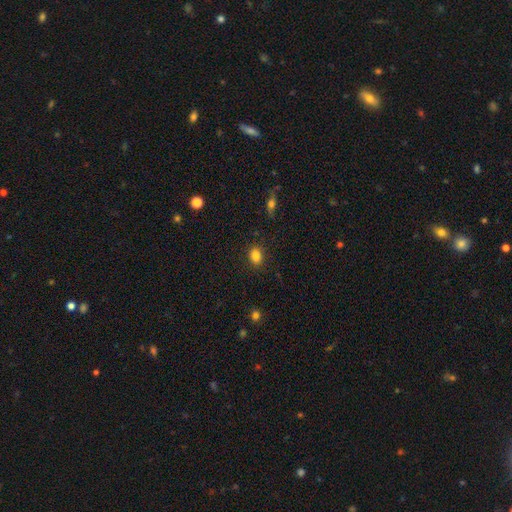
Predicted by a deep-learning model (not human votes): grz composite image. It shows a smooth galaxy with no disk features (85%) that is in between round and cigar-shaped (59%). Merging: none (88%).